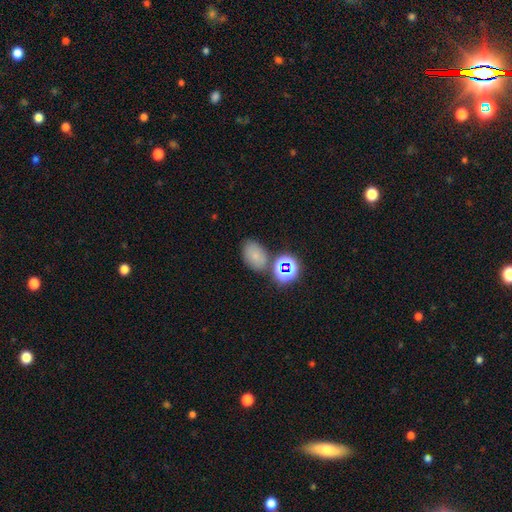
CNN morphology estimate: Smooth or featured: smooth — 69% (star or artifact — 21%)
How rounded: in between — 78% (round — 21%)
Merging: none — 71% (minor disturbance — 14%)